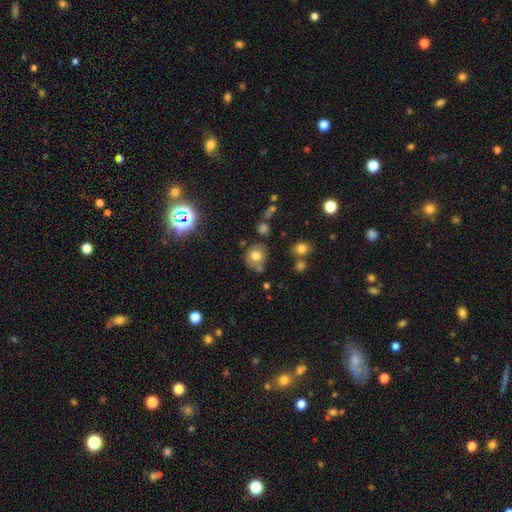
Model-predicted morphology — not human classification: type=smooth (73%); roundness=round (76%); merging=none (62%).